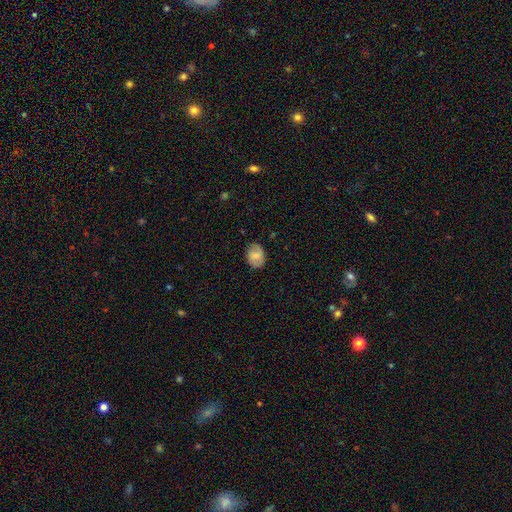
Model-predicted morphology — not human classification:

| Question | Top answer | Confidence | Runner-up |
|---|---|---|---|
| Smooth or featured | smooth | 70% | featured or disk (22%) |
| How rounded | in between | 66% | round (33%) |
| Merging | none | 79% | minor disturbance (16%) |